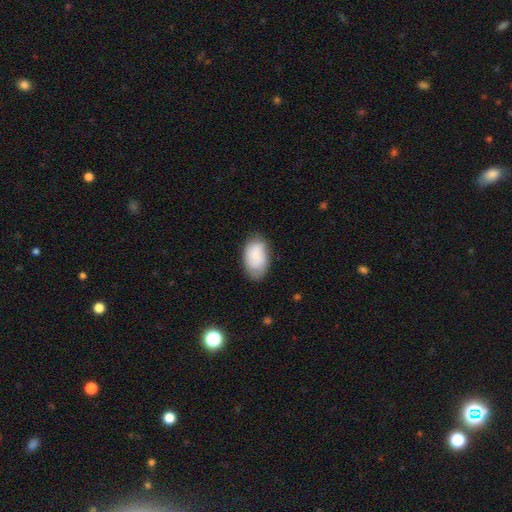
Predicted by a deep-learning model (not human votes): smooth 78%, featured or disk 16%, star or artifact 7%. Down the decision tree: how rounded — in between (93%); merging — none (71%).